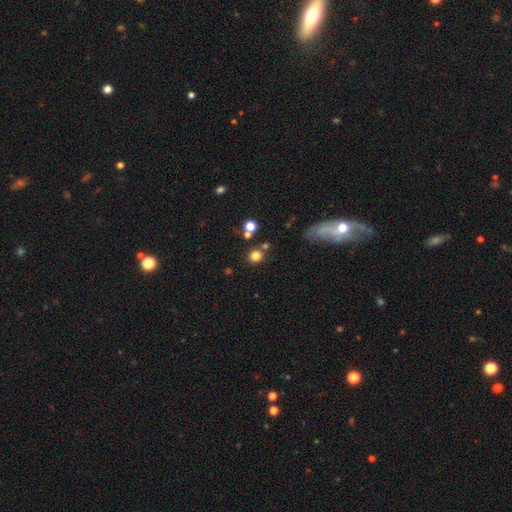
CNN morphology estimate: The model was most divided on "merging": none: 74%, merger: 13%, minor disturbance: 9%, major disturbance: 4%. More confident: how rounded — round (86%); smooth or featured — smooth (79%).